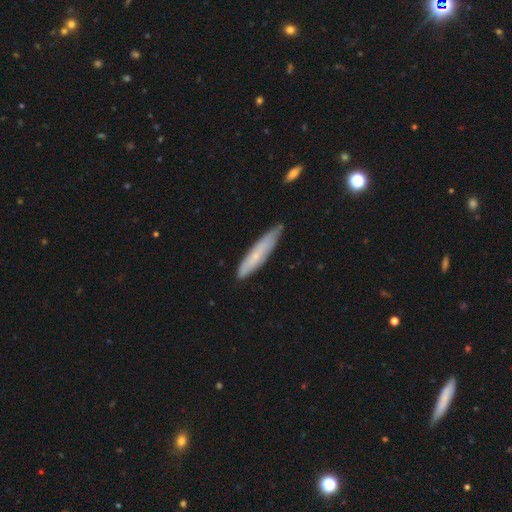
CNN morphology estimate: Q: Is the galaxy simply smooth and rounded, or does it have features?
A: smooth — 57%.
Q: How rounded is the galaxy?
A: cigar-shaped — 88%.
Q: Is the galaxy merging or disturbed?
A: none — 77%.